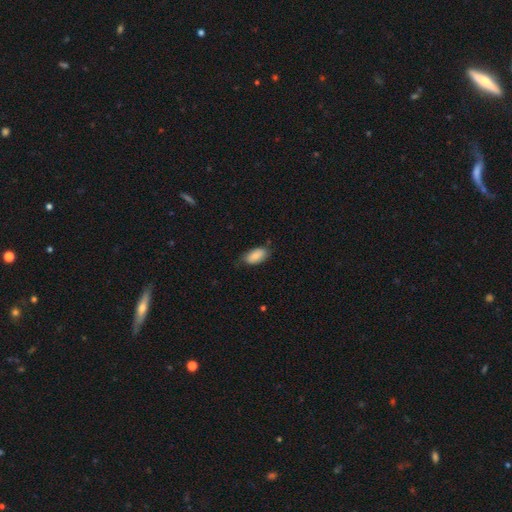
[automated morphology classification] Smooth or featured: smooth — 83% (featured or disk — 11%)
How rounded: in between — 93% (cigar-shaped — 4%)
Merging: none — 73% (minor disturbance — 22%)